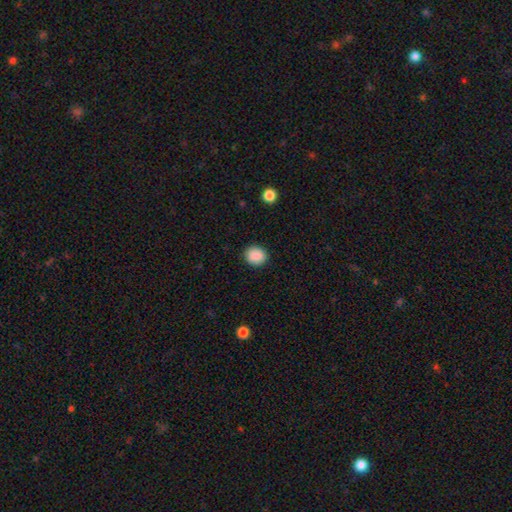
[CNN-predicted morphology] smooth-or-featured: smooth: 87% | star or artifact: 8% | featured or disk: 5%
  how-rounded: round: 77% | in between: 22% | cigar-shaped: 1%
  merging: none: 90% | minor disturbance: 7% | major disturbance: 2% | merger: 1%